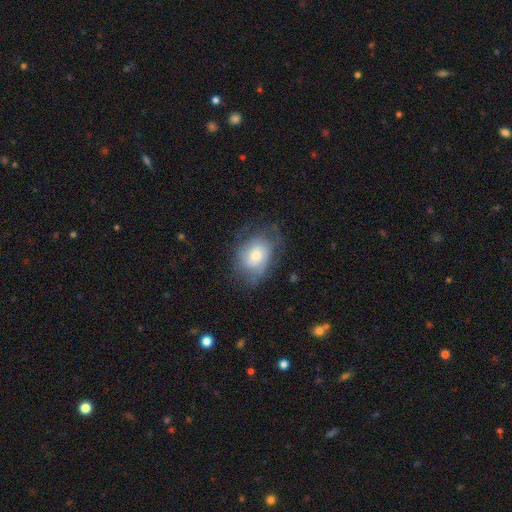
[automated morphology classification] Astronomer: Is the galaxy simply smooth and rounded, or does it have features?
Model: smooth — 50% (runner-up: featured or disk, 42%).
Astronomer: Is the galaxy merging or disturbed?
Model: none — 60%.